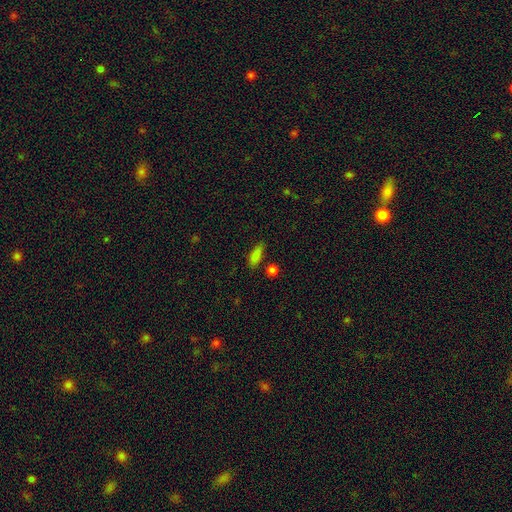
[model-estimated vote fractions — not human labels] Q: Smooth or featured?
A: smooth (82%); runner-up: star or artifact (12%)
Q: How rounded?
A: in between (62%); runner-up: cigar-shaped (34%)
Q: Merging?
A: none (73%); runner-up: minor disturbance (17%)